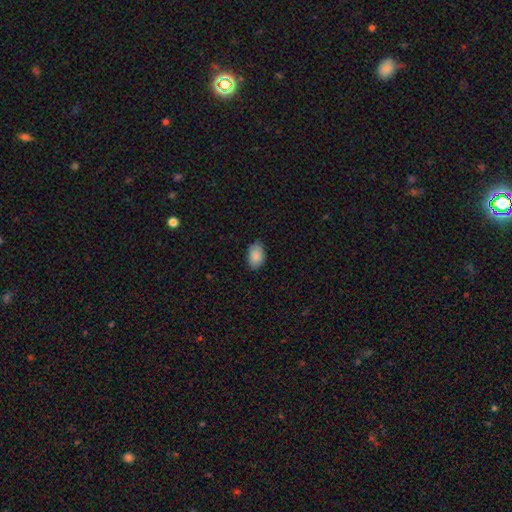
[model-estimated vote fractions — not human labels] A smooth galaxy with no disk features (89%) that is in between round and cigar-shaped (91%). Merging: none (79%).